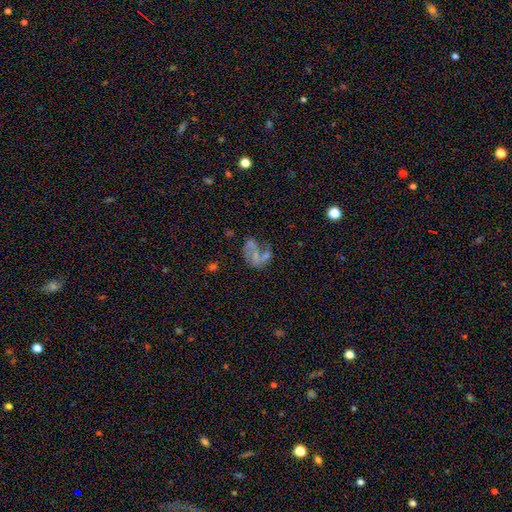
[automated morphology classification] type=featured or disk (49%); merging=merger (35%).